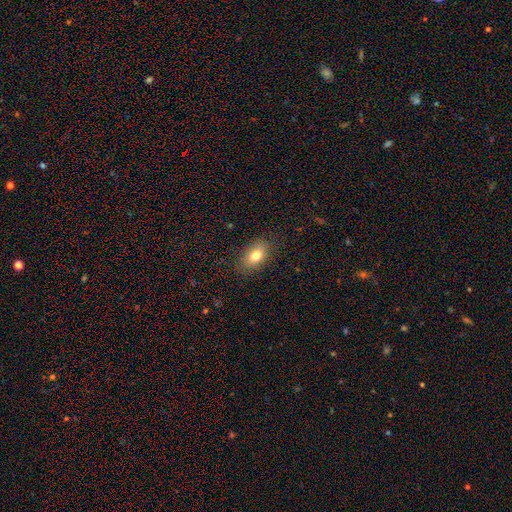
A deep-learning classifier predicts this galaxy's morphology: smooth-or-featured: smooth: 78% | featured or disk: 13% | star or artifact: 9%
  how-rounded: in between: 86% | round: 11% | cigar-shaped: 3%
  merging: none: 85% | minor disturbance: 11% | major disturbance: 3% | merger: 1%